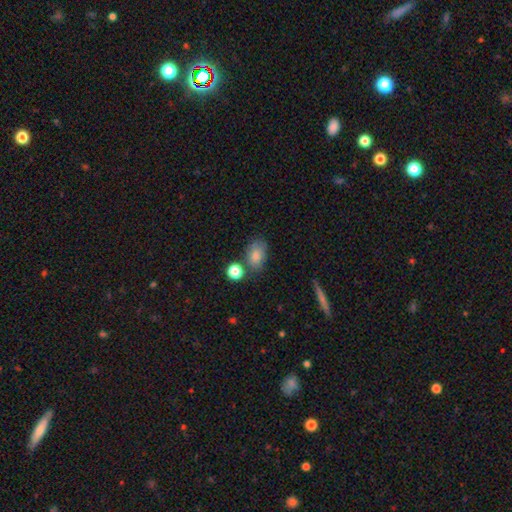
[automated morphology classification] Overall: smooth (81%). How rounded: in between (82%). Merging: none (63%).